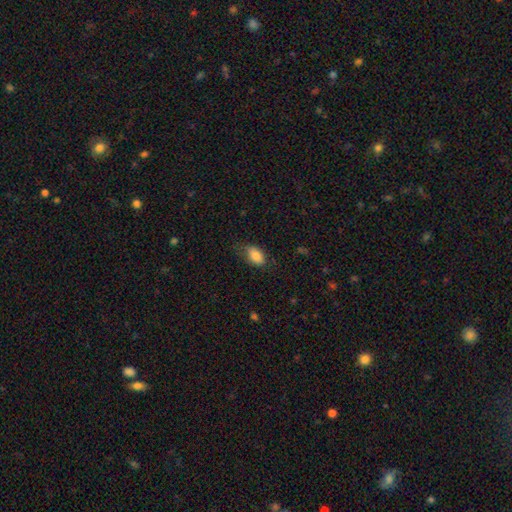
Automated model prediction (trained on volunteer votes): This appears to be a smooth galaxy with no disk features (83%) that is in between round and cigar-shaped (90%). Merging: none (64%).